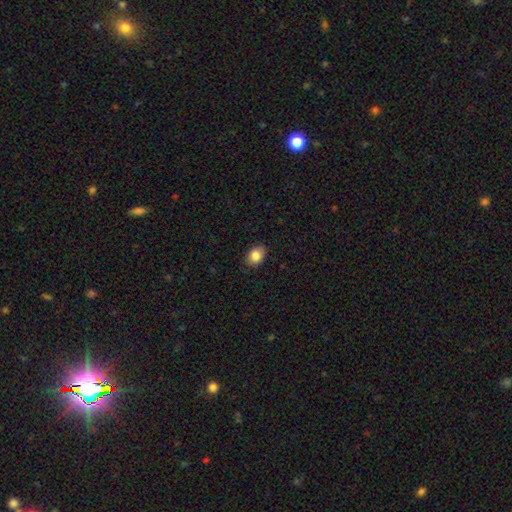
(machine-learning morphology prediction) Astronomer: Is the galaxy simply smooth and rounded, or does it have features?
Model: smooth — 85%.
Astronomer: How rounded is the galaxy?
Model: in between — 71%.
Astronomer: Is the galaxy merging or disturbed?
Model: none — 85%.